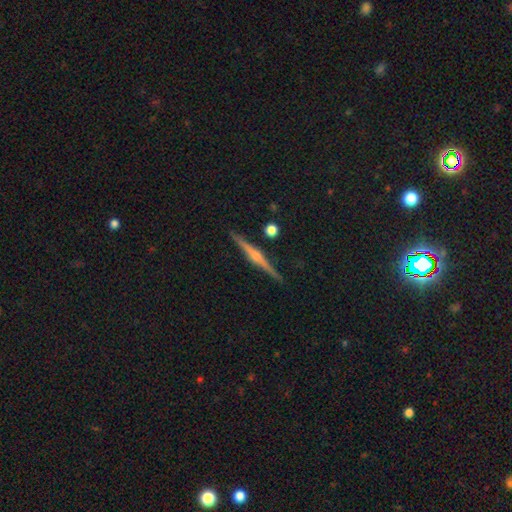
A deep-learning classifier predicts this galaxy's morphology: Overall: featured or disk (82%). Edge-on disk: yes (98%). Edge-on bulge: rounded (86%). Merging: none (91%).